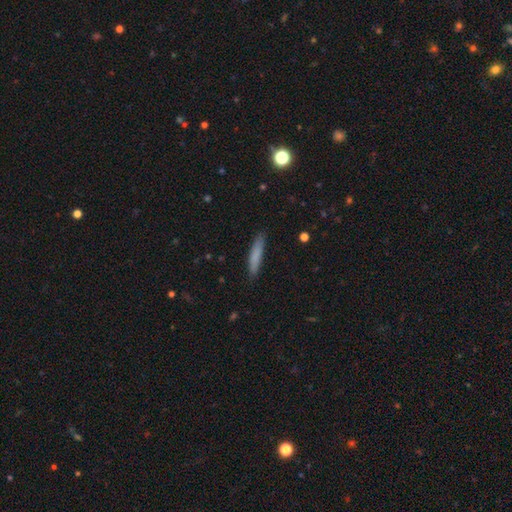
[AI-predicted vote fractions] smooth 79%, featured or disk 14%, star or artifact 6%. Down the decision tree: how rounded — cigar-shaped (91%); merging — none (88%).